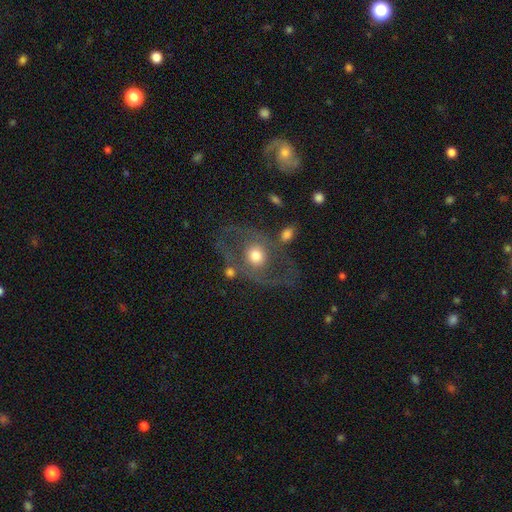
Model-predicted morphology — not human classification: type=featured or disk (61%); edge-on=no (94%); bar=no (82%); spiral arms=no (53%); bulge=moderate (64%); merging=none (57%).